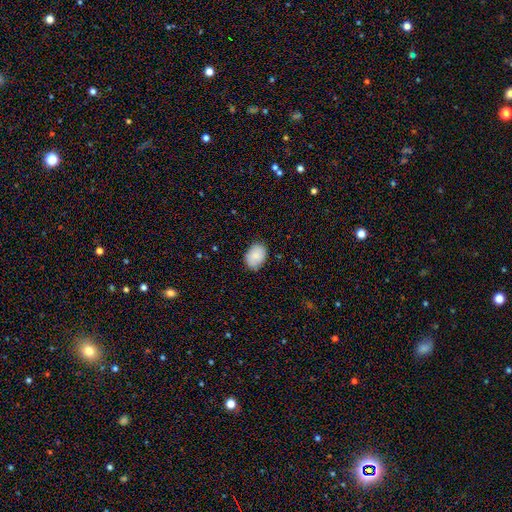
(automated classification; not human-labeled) smooth-or-featured: smooth: 86% | featured or disk: 7% | star or artifact: 7%
  how-rounded: in between: 77% | round: 22% | cigar-shaped: 1%
  merging: none: 82% | minor disturbance: 14% | major disturbance: 2% | merger: 1%